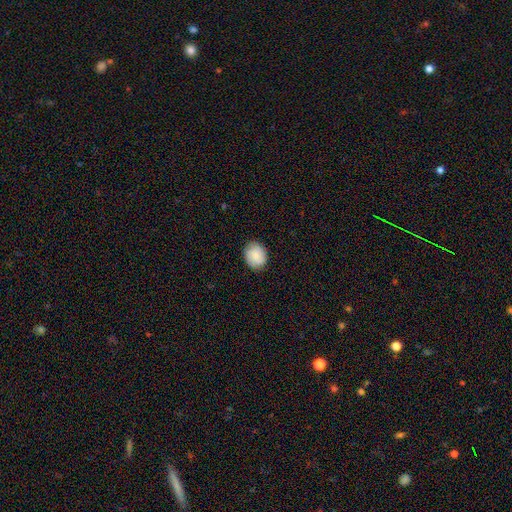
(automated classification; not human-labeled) Morphology: type=smooth (82%); roundness=round (59%); merging=none (85%).